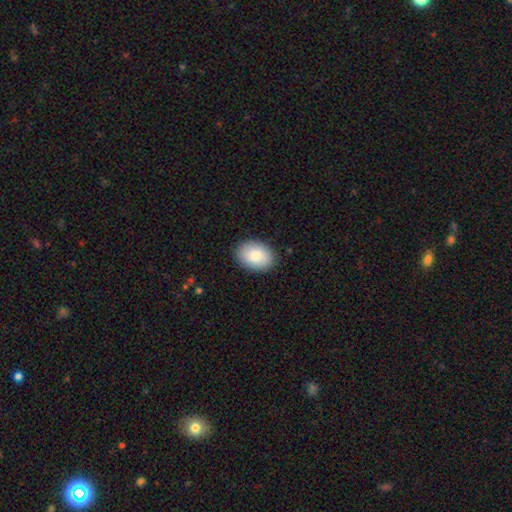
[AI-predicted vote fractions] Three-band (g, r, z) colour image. It shows a smooth galaxy with no disk features (86%) that is in between round and cigar-shaped (80%). Merging: none (88%).